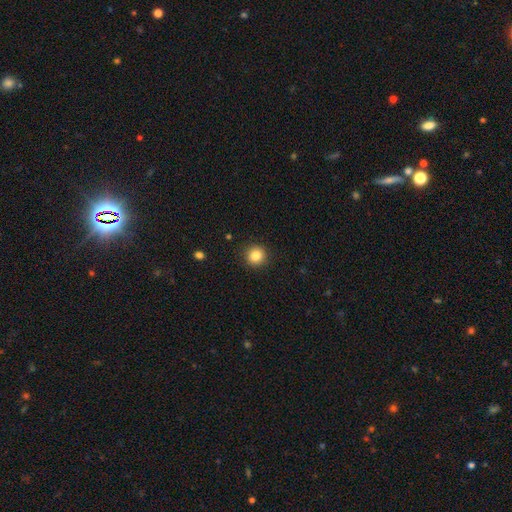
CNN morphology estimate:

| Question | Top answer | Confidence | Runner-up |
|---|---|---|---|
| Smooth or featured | smooth | 85% | star or artifact (10%) |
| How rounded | round | 90% | in between (9%) |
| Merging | none | 91% | minor disturbance (6%) |